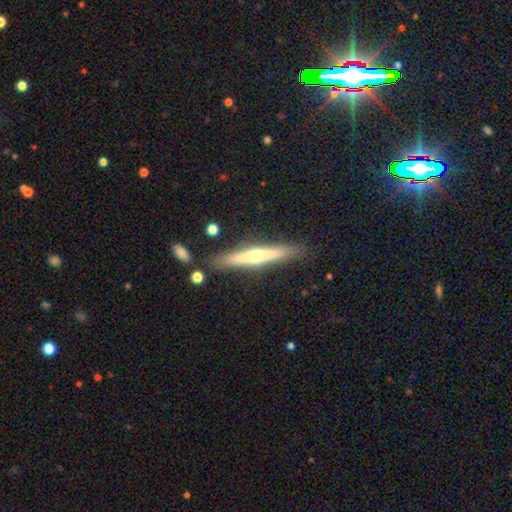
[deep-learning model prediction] A featured or disk galaxy (60%) viewed edge-on (94%) with a rounded central bulge (82%).

Vote fractions:
- Smooth or featured? featured or disk: 60% / smooth: 34% / star or artifact: 6%
- Edge-on disk? yes: 94% / no: 6%
- Edge-on bulge? rounded: 82% / none: 15% / boxy: 4%
- Merging? none: 84% / minor disturbance: 10% / merger: 3% / major disturbance: 2%